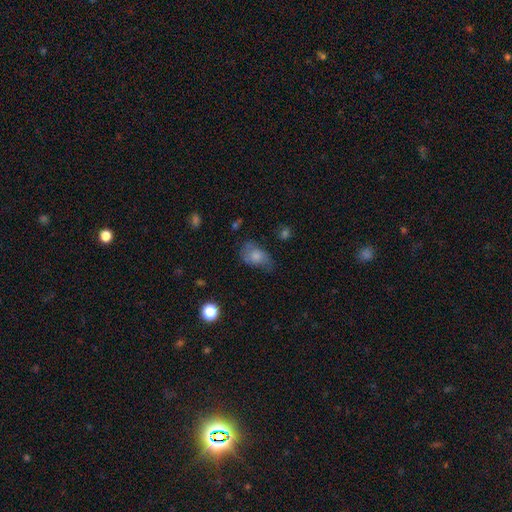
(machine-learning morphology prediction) This is likely a smooth galaxy (62%). How rounded: likely in between (80%). Merging: marginally none (43%).